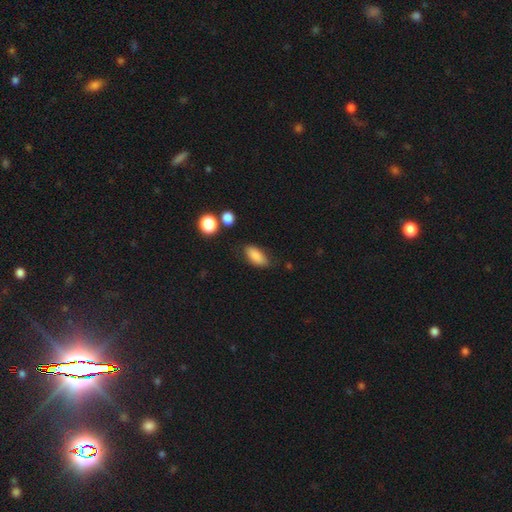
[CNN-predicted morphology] Overall: smooth (86%). How rounded: in between (86%). Merging: none (78%).